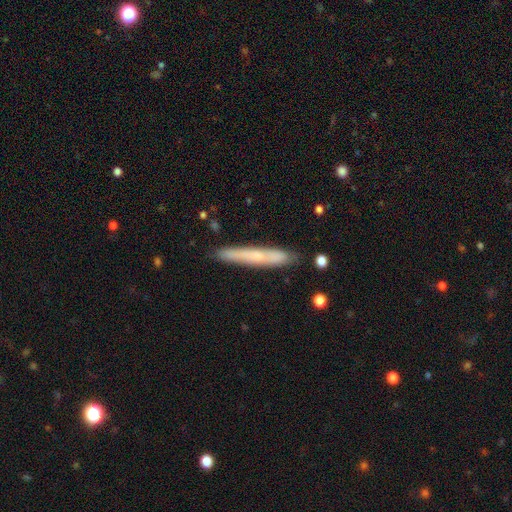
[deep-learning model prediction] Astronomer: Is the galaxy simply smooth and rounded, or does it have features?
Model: smooth — 51% (runner-up: featured or disk, 42%).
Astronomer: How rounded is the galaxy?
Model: cigar-shaped — 95%.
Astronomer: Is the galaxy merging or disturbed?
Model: none — 84%.